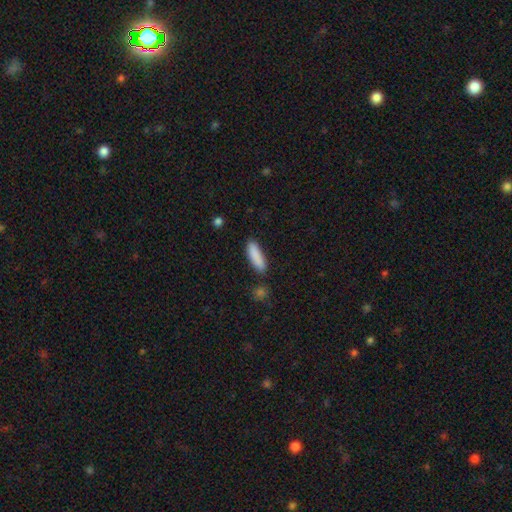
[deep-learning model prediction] Smooth or featured? Predicted: smooth (p=0.88). How rounded? Predicted: cigar-shaped (p=0.55). Merging? Predicted: none (p=0.84).